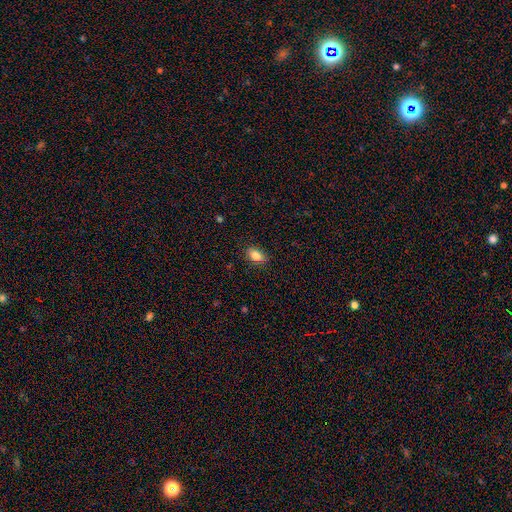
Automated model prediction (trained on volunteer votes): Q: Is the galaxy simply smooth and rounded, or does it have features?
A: smooth — 84%.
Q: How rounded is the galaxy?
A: in between — 87%.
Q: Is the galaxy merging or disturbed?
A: none — 87%.